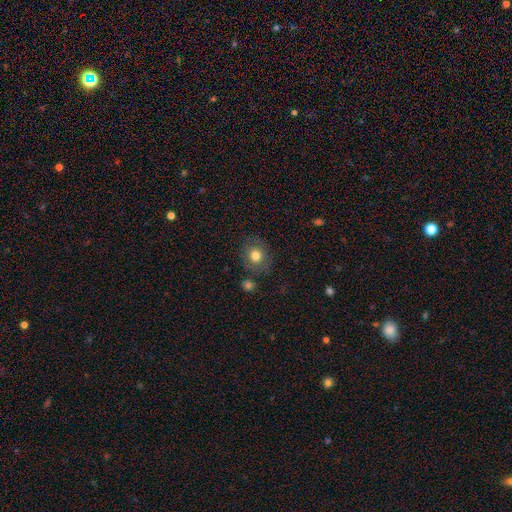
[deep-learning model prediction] Morphology: type=smooth (78%); roundness=round (77%); merging=none (79%).